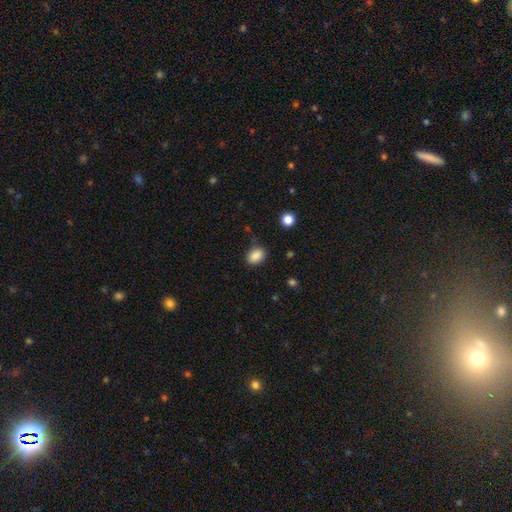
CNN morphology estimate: Overall: smooth (87%). How rounded: in between (76%). Merging: none (78%).